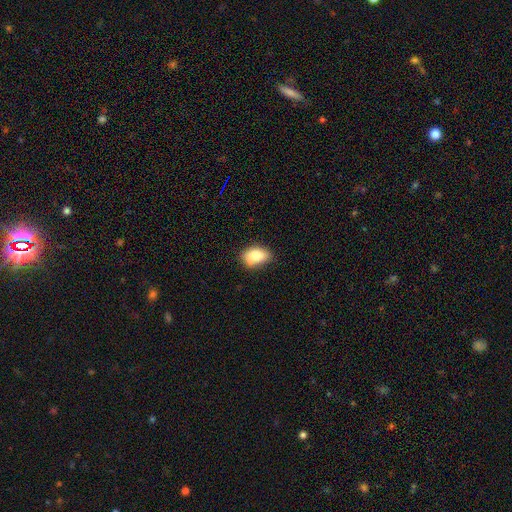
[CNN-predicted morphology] smooth-or-featured: smooth: 83% | featured or disk: 9% | star or artifact: 8%
  how-rounded: in between: 86% | round: 13% | cigar-shaped: 2%
  merging: none: 60% | minor disturbance: 30% | major disturbance: 6% | merger: 4%